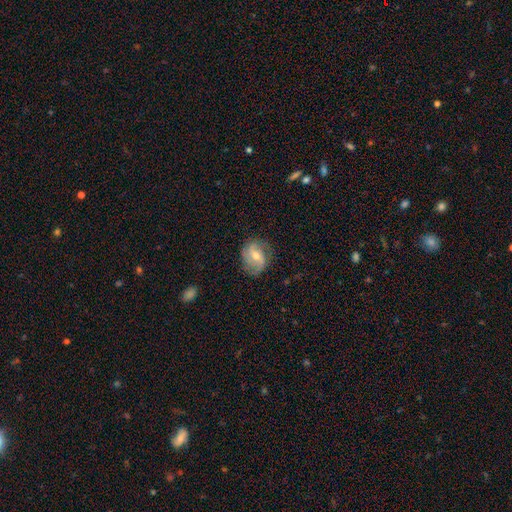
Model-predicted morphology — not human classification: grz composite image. It shows a featured or disk galaxy (68%) with a weak bar (43%), 2 (69%) medium (42%) spiral arms (90%) and a moderate central bulge (58%). Merging: none (74%).